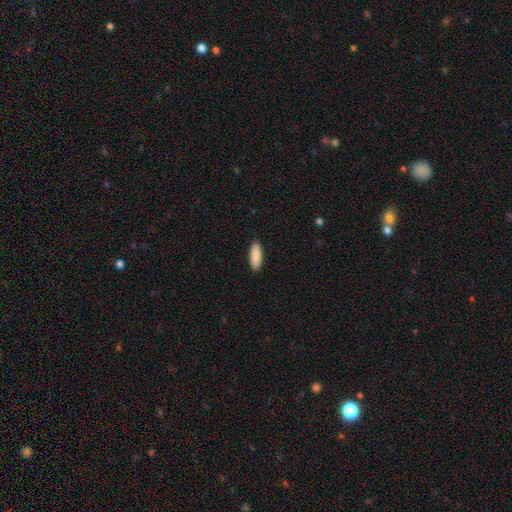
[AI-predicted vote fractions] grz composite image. It shows a smooth galaxy with no disk features (89%) that is in between round and cigar-shaped (58%). Merging: none (90%).